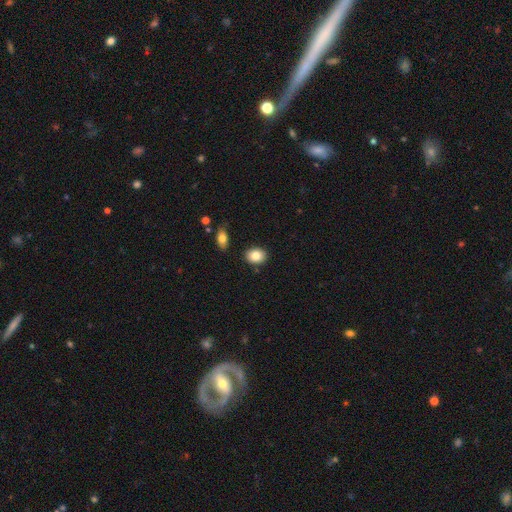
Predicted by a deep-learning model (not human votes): Morphology: type=smooth (83%); roundness=in between (64%); merging=none (85%).